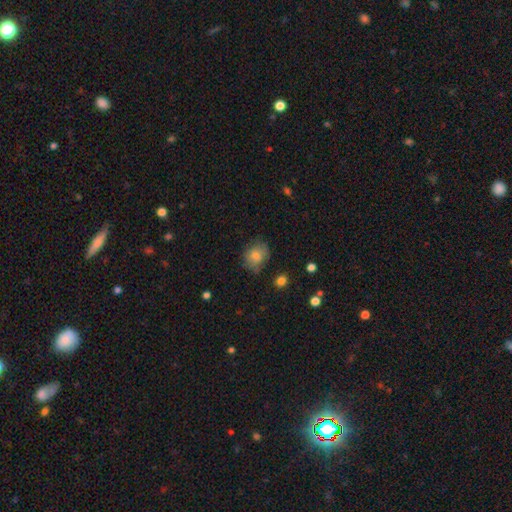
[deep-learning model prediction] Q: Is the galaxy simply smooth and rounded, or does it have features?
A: smooth — 76%.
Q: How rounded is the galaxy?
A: round — 60%.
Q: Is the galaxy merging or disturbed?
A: none — 67%.